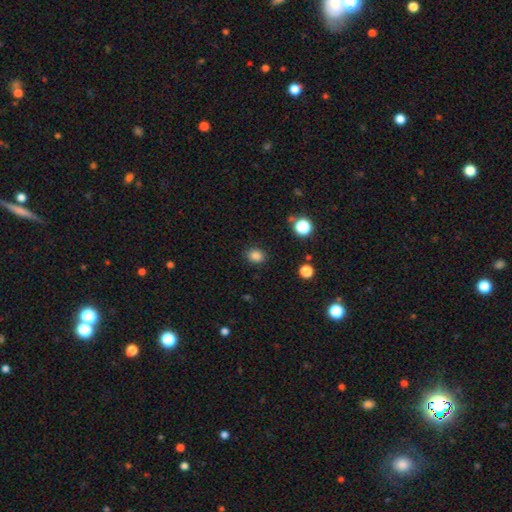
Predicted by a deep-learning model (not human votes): Smooth or featured? smooth (84%)
How rounded? round (57%)
Merging? none (87%)